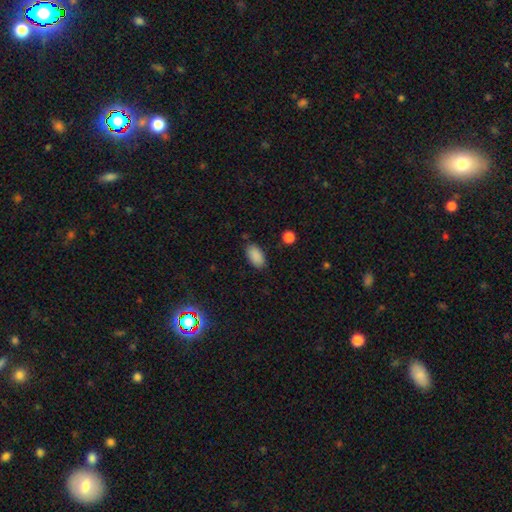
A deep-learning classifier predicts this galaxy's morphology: Overall: smooth (88%). How rounded: in between (93%). Merging: none (83%).